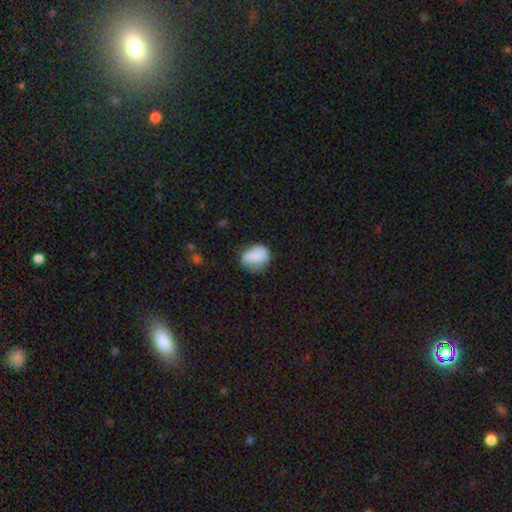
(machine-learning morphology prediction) Smooth or featured?
  - smooth: 73% *
  - featured or disk: 18%
  - star or artifact: 8%
How rounded?
  - in between: 56% *
  - round: 42%
  - cigar-shaped: 1%
Merging?
  - none: 47% *
  - minor disturbance: 33%
  - major disturbance: 15%
  - merger: 5%